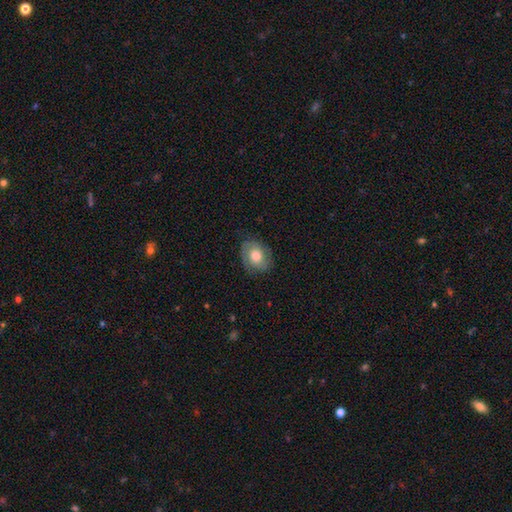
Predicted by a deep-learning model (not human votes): smooth-or-featured: smooth: 53% | featured or disk: 39% | star or artifact: 7%
  how-rounded: in between: 59% | round: 40% | cigar-shaped: 1%
  merging: none: 77% | minor disturbance: 17% | major disturbance: 6% | merger: 1%